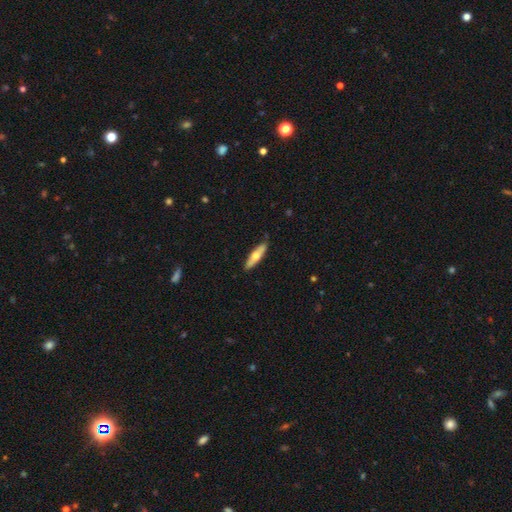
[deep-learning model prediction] The model was most divided on "smooth or featured": smooth: 53%, featured or disk: 41%, star or artifact: 5%. More confident: merging — none (87%); how rounded — cigar-shaped (71%).